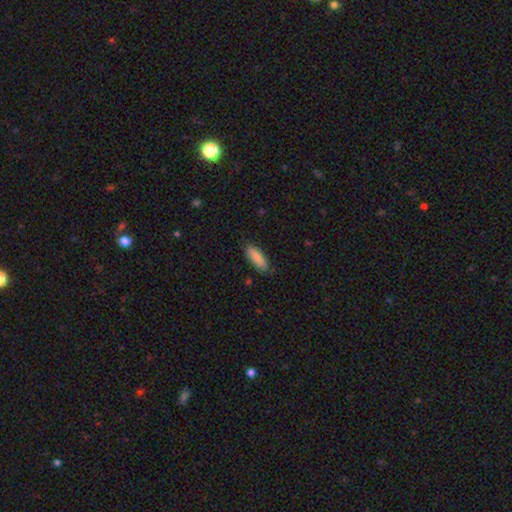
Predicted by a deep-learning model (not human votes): Smooth or featured? smooth (84%)
How rounded? in between (62%)
Merging? none (84%)